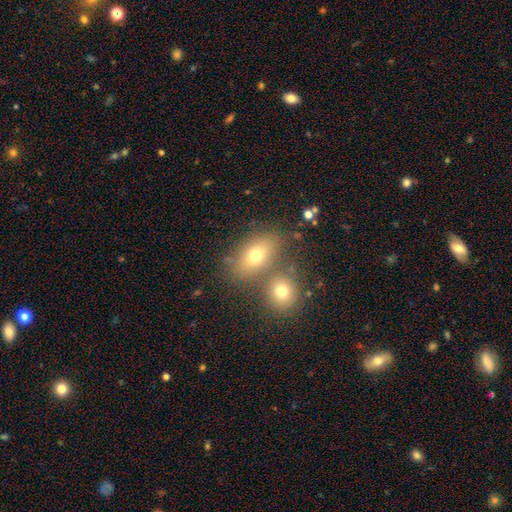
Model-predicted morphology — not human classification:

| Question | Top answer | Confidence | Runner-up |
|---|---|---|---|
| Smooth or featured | smooth | 69% | featured or disk (17%) |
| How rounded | in between | 74% | round (22%) |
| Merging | none | 60% | merger (26%) |